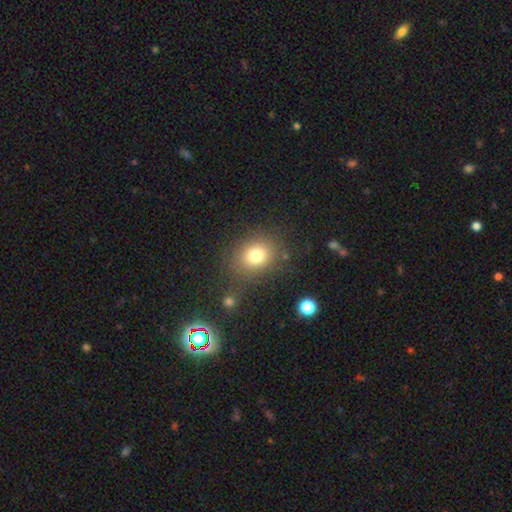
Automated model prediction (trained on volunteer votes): Morphology: type=smooth (77%); roundness=round (60%); merging=none (73%).